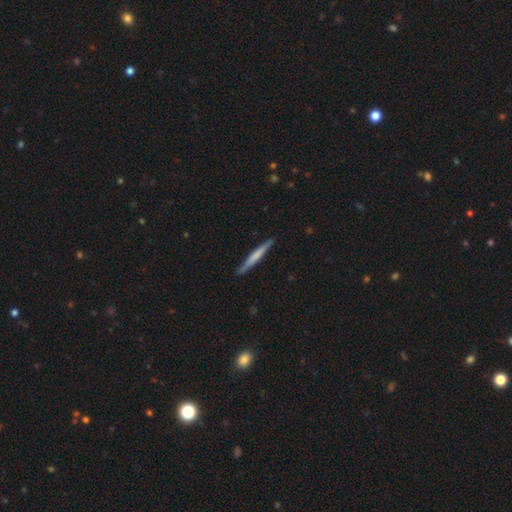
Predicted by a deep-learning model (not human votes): smooth 54%, featured or disk 41%, star or artifact 5%. Down the decision tree: how rounded — cigar-shaped (96%); merging — none (88%).